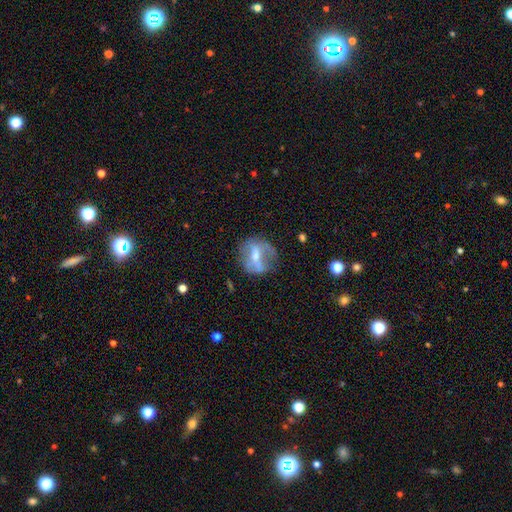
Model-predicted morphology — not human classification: A featured or disk galaxy (56%) with a weak bar (37%), no spiral arms (68%) and a moderate central bulge (55%). Merging: none (59%).